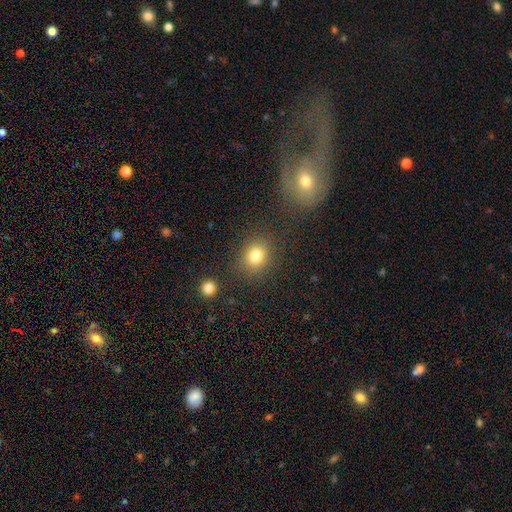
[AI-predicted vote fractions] smooth_or_featured: smooth (p=0.81) [alt: star or artifact p=0.12]
how_rounded: round (p=0.65) [alt: in between p=0.34]
merging: none (p=0.82) [alt: minor disturbance p=0.10]